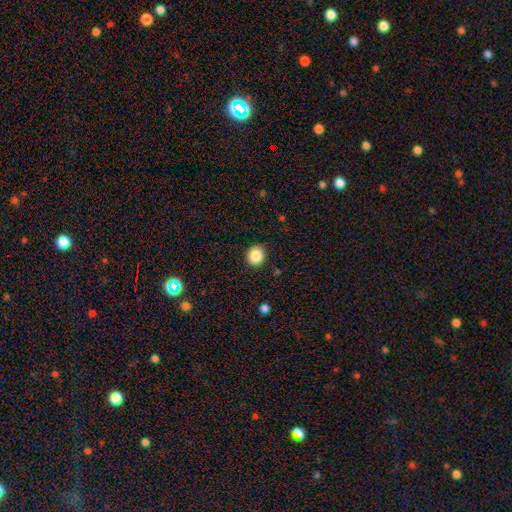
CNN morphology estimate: type=smooth (86%); roundness=round (81%); merging=none (87%).